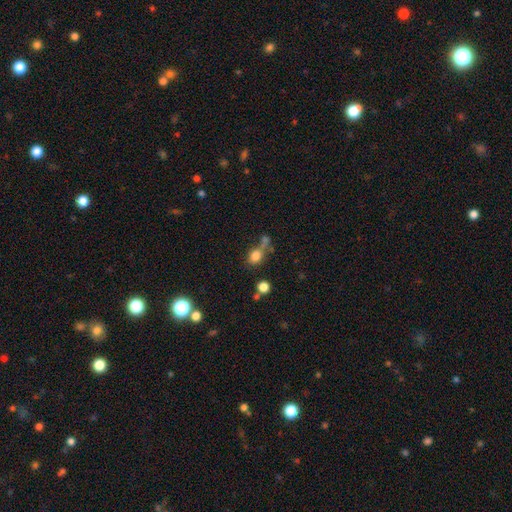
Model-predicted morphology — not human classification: Overall: smooth (78%). How rounded: round (52%; in between 46%). Merging: none (46%; merger 29%).